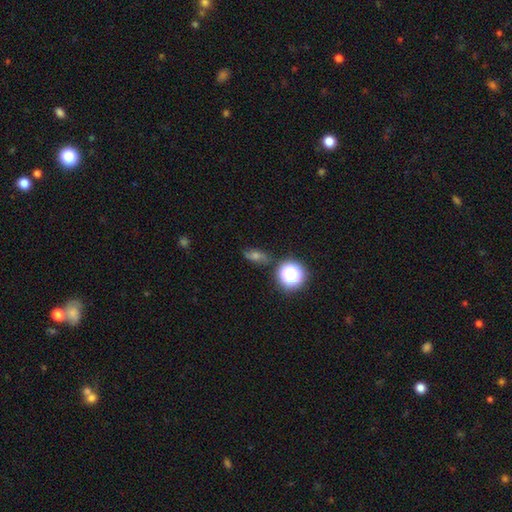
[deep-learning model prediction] Overall: star or artifact (39%; smooth 37%).